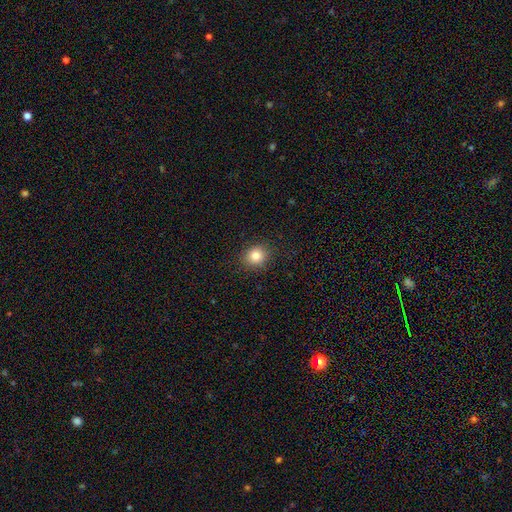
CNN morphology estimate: Smooth or featured: smooth — 83% (star or artifact — 11%)
How rounded: round — 74% (in between — 25%)
Merging: none — 89% (minor disturbance — 8%)